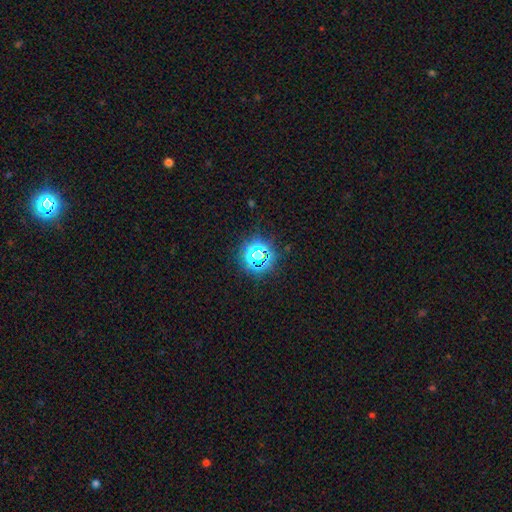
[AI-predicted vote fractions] Smooth or featured?
  - star or artifact: 71% *
  - smooth: 19%
  - featured or disk: 10%